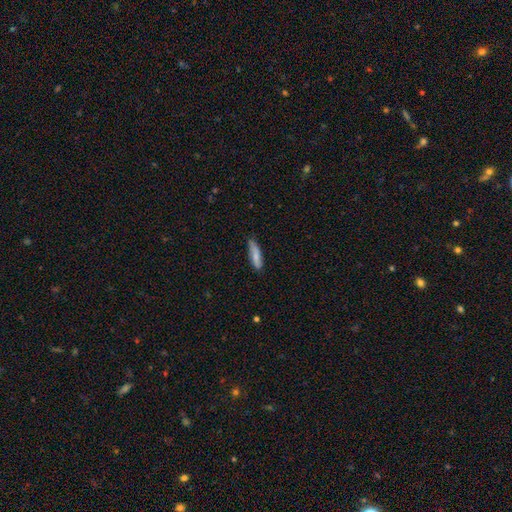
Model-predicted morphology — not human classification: smooth 74%, featured or disk 20%, star or artifact 6%. Down the decision tree: how rounded — cigar-shaped (64%); merging — none (74%).